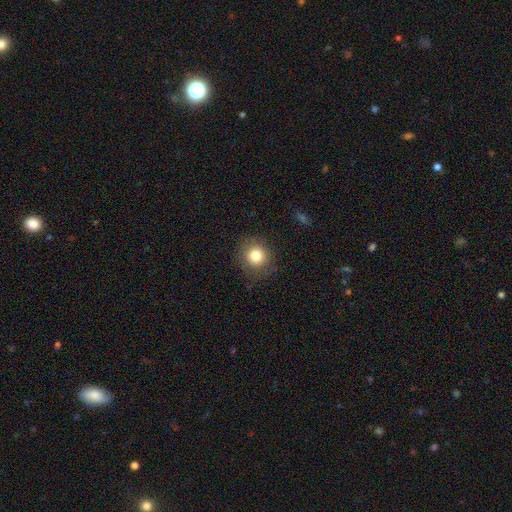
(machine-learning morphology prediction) smooth-or-featured: smooth: 81% | star or artifact: 11% | featured or disk: 8%
  how-rounded: round: 87% | in between: 13% | cigar-shaped: 1%
  merging: none: 85% | minor disturbance: 11% | major disturbance: 4% | merger: 1%